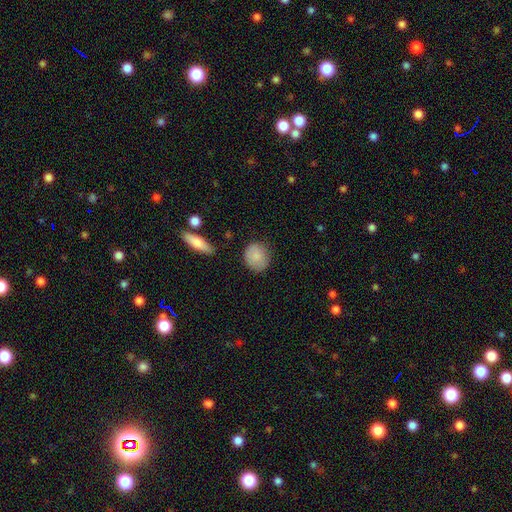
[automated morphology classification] The model was most divided on "how rounded": round: 76%, in between: 22%, cigar-shaped: 2%. More confident: smooth or featured — smooth (85%); merging — none (78%).